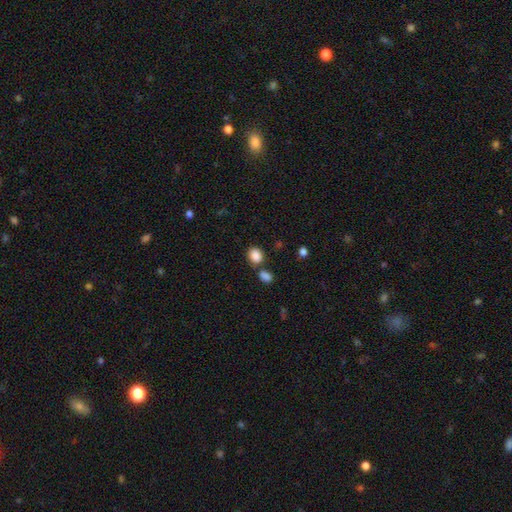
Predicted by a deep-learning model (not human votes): Overall: smooth (87%). How rounded: round (53%; in between 46%). Merging: none (65%).